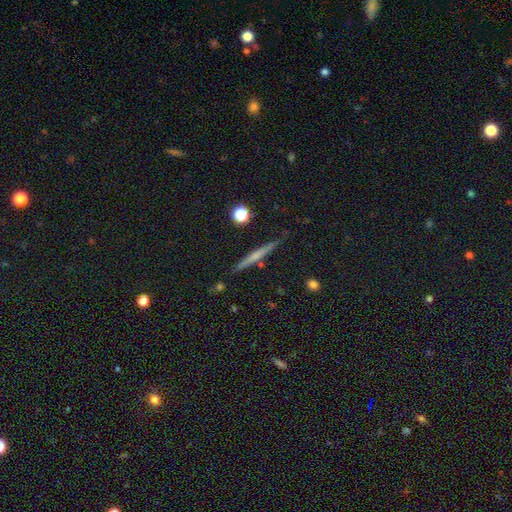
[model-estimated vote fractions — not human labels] Overall: featured or disk (48%; smooth 42%). Merging: none (87%).